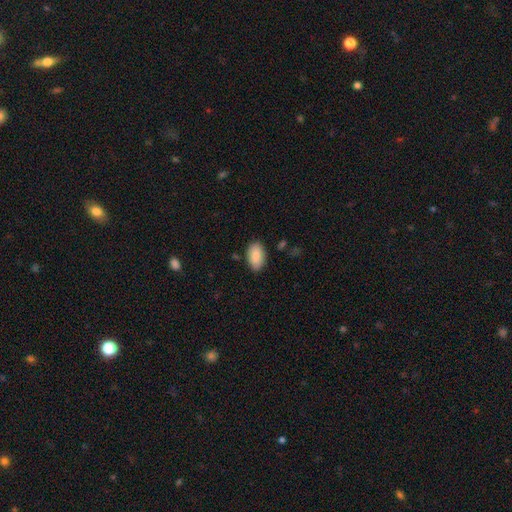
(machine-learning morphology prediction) The model was most divided on "merging": none: 82%, minor disturbance: 13%, major disturbance: 3%, merger: 2%. More confident: how rounded — in between (94%); smooth or featured — smooth (89%).